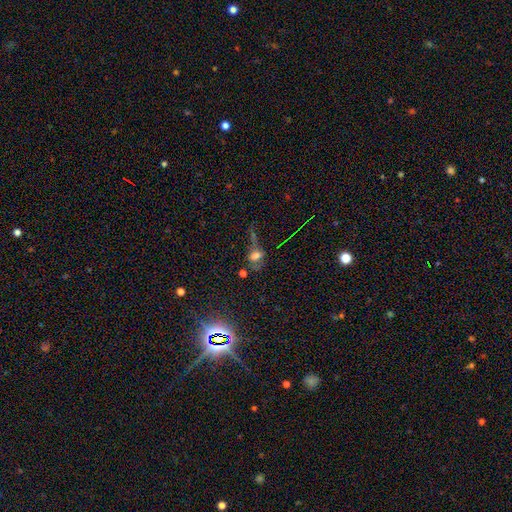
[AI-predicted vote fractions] A smooth galaxy with no disk features (48%). Merging: none (38%).